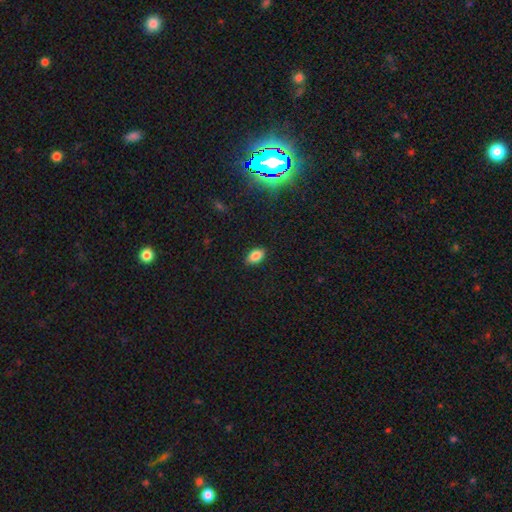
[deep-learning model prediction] A smooth galaxy with no disk features (84%) that is in between round and cigar-shaped (91%).

Vote fractions:
- Smooth or featured? smooth: 84% / star or artifact: 9% / featured or disk: 6%
- How rounded? in between: 91% / round: 7% / cigar-shaped: 2%
- Merging? none: 88% / minor disturbance: 9% / major disturbance: 2% / merger: 1%